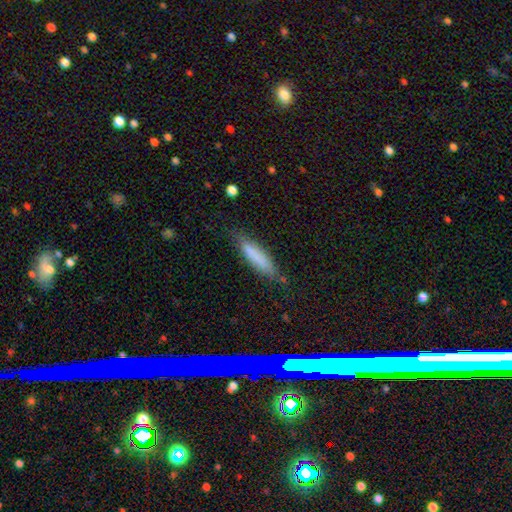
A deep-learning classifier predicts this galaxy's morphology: smooth-or-featured: smooth: 79% | featured or disk: 13% | star or artifact: 7%
  how-rounded: cigar-shaped: 78% | in between: 20% | round: 1%
  merging: none: 77% | minor disturbance: 18% | major disturbance: 4% | merger: 2%